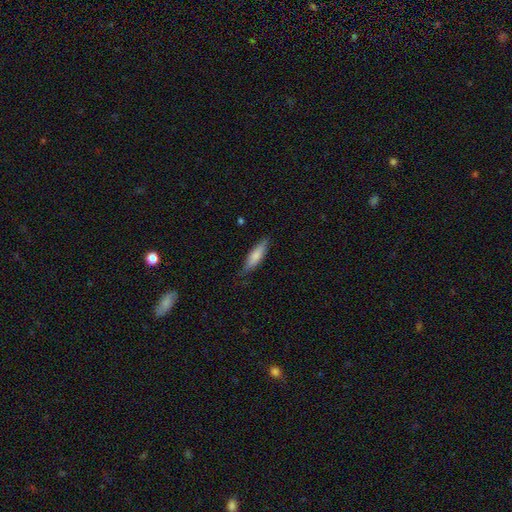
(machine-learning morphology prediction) A smooth galaxy with no disk features (77%) that is cigar-shaped (68%).

Vote fractions:
- Smooth or featured? smooth: 77% / featured or disk: 17% / star or artifact: 6%
- How rounded? cigar-shaped: 68% / in between: 31% / round: 2%
- Merging? none: 81% / minor disturbance: 16% / major disturbance: 3% / merger: 1%